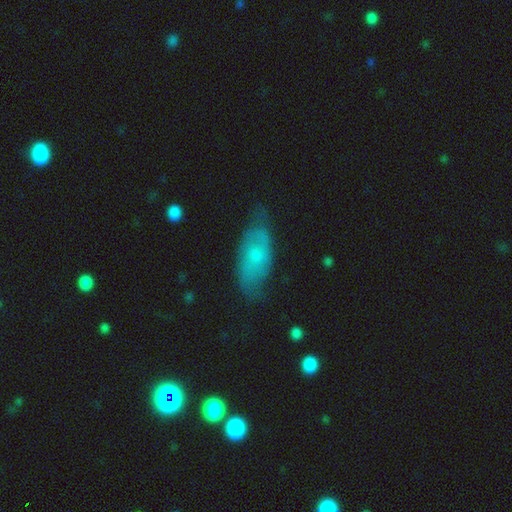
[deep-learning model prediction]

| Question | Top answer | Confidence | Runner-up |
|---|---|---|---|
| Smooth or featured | featured or disk | 47% | smooth (46%) |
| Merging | none | 63% | minor disturbance (26%) |